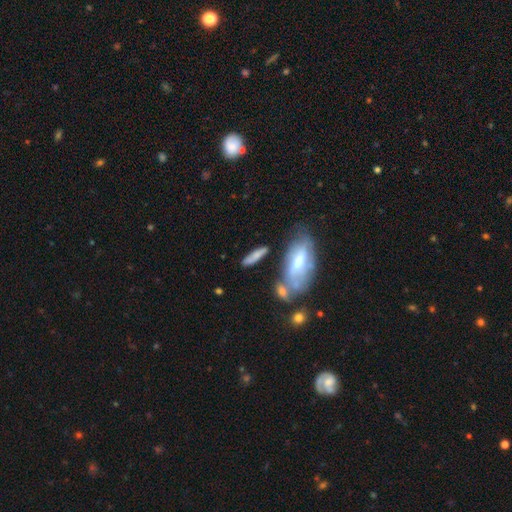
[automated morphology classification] Q: Smooth or featured?
A: smooth (68%); runner-up: featured or disk (25%)
Q: How rounded?
A: cigar-shaped (67%); runner-up: in between (31%)
Q: Merging?
A: none (62%); runner-up: minor disturbance (18%)